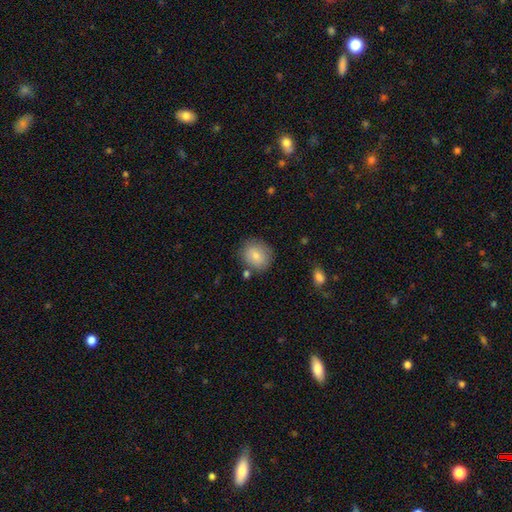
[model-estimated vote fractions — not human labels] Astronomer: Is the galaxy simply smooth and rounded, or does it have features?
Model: smooth — 79%.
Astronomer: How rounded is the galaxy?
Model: round — 71%.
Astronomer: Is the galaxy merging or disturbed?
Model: none — 78%.